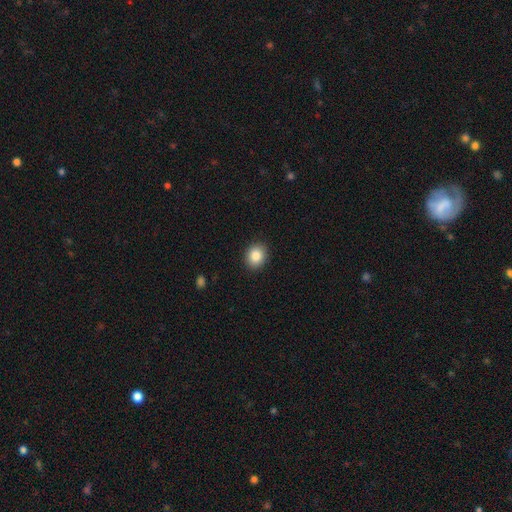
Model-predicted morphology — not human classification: The model was most divided on "how rounded": round: 64%, in between: 35%, cigar-shaped: 1%. More confident: merging — none (90%); smooth or featured — smooth (86%).